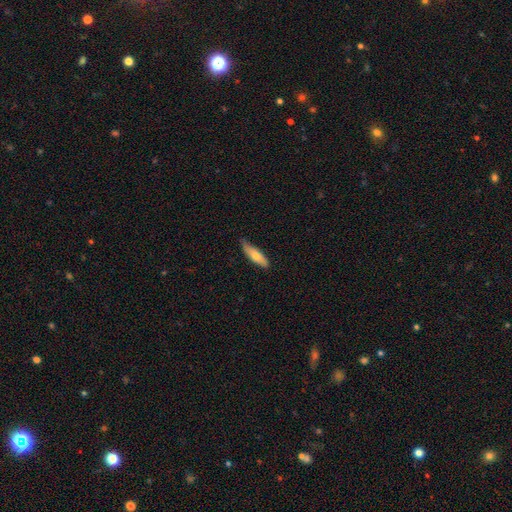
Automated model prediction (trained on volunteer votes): Smooth or featured? smooth (63%)
How rounded? cigar-shaped (53%)
Merging? none (67%)